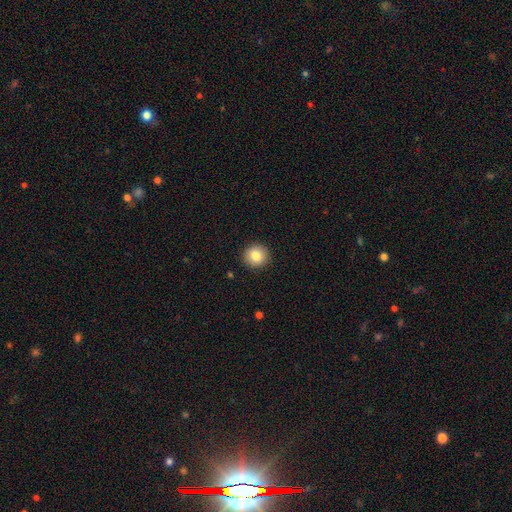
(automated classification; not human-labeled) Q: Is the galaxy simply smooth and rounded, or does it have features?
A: smooth — 83%.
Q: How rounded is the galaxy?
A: round — 91%.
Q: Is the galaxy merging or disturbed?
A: none — 92%.